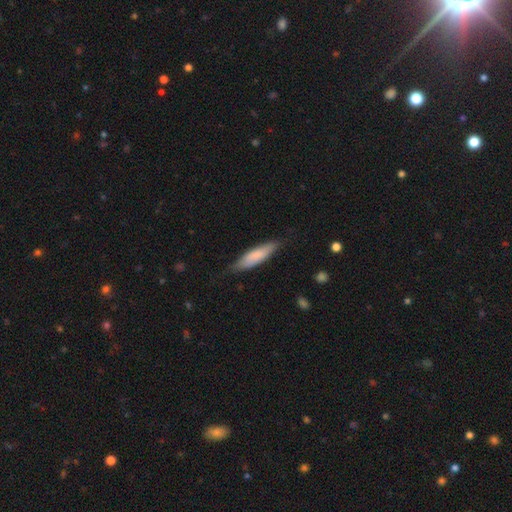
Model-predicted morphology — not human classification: smooth 76%, featured or disk 18%, star or artifact 5%. Down the decision tree: how rounded — cigar-shaped (69%); merging — none (77%).